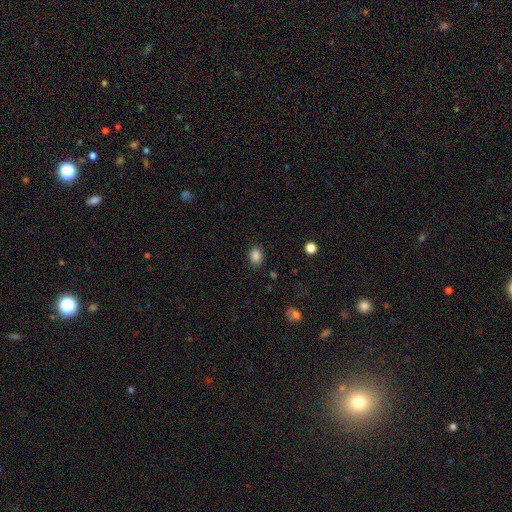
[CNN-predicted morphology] type=smooth (85%); roundness=in between (52%); merging=none (87%).